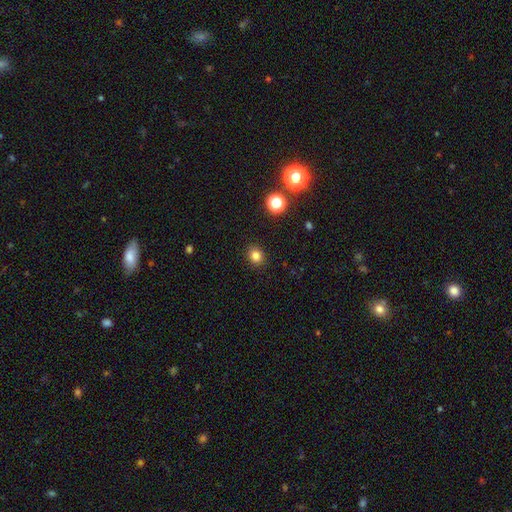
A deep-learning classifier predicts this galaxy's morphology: A smooth galaxy with no disk features (82%) that is round (69%). Merging: none (91%).